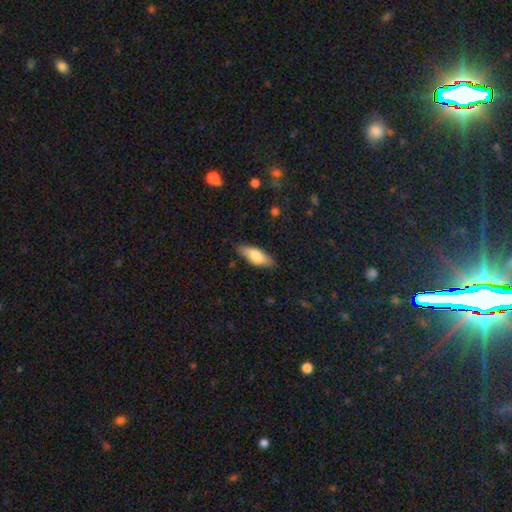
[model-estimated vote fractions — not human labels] This appears to be a smooth galaxy with no disk features (71%) that is in between round and cigar-shaped (68%). Merging: none (85%).